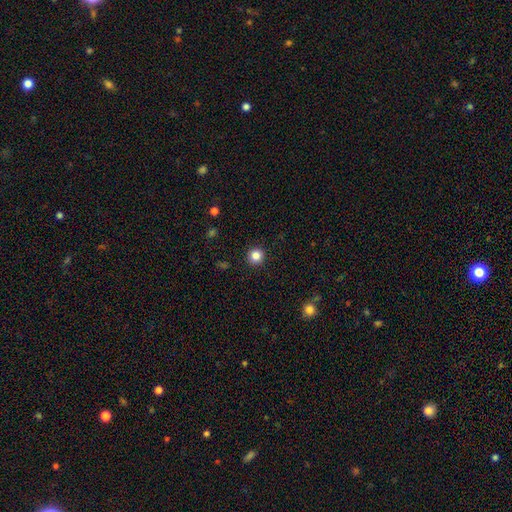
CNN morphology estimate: A smooth galaxy with no disk features (84%) that is round (94%). Merging: none (93%).